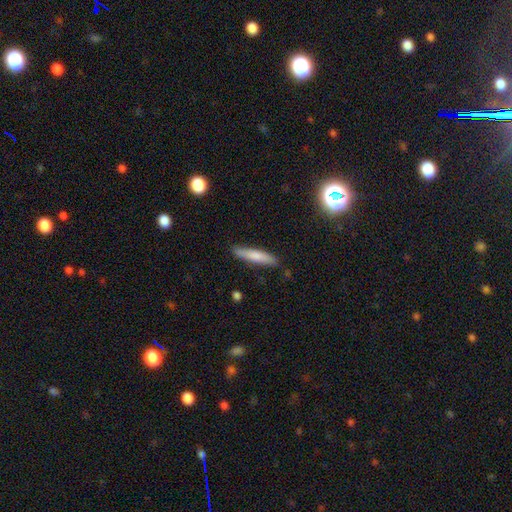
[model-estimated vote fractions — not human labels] Smooth or featured?
  - smooth: 75% *
  - featured or disk: 19%
  - star or artifact: 6%
How rounded?
  - cigar-shaped: 86% *
  - in between: 13%
  - round: 1%
Merging?
  - none: 85% *
  - minor disturbance: 12%
  - major disturbance: 2%
  - merger: 2%